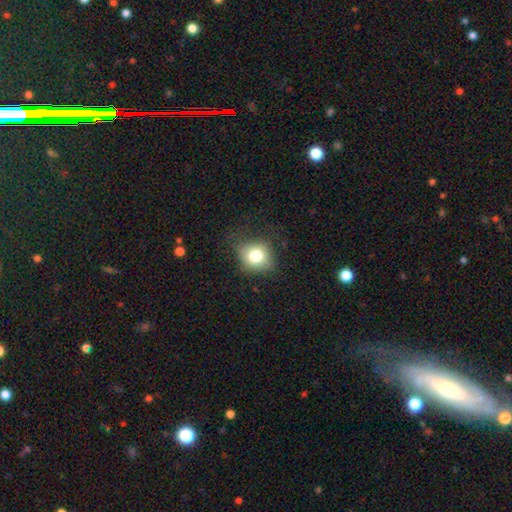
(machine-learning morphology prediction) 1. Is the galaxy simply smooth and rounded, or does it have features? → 75% smooth, 12% featured or disk, 12% star or artifact.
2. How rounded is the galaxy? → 72% round, 27% in between, 1% cigar-shaped.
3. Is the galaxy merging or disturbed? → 70% none, 21% minor disturbance, 8% major disturbance, 1% merger.